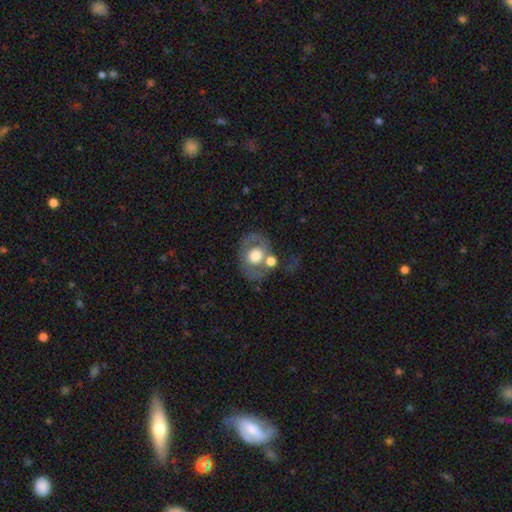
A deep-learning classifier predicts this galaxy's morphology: smooth-or-featured: smooth: 50% | featured or disk: 42% | star or artifact: 8%
  merging: none: 51% | merger: 24% | minor disturbance: 15% | major disturbance: 10%